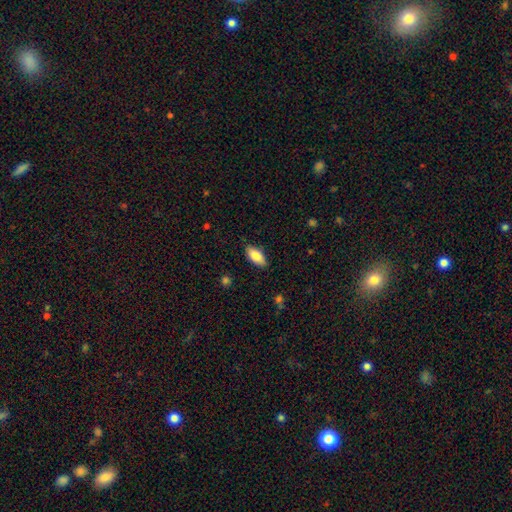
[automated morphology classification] smooth-or-featured: smooth: 84% | featured or disk: 10% | star or artifact: 6%
  how-rounded: in between: 88% | cigar-shaped: 9% | round: 2%
  merging: none: 85% | minor disturbance: 12% | major disturbance: 2% | merger: 1%